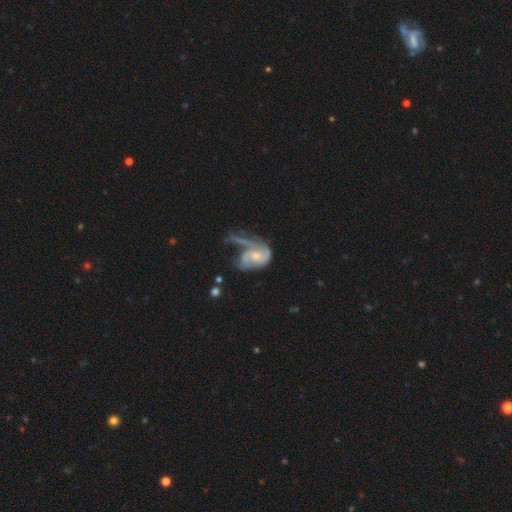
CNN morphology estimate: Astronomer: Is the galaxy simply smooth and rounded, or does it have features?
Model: featured or disk — 74%.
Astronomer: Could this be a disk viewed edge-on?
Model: no — 97%.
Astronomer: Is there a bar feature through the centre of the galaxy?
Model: no — 66%.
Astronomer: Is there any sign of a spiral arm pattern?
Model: yes — 86%.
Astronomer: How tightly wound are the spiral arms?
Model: medium — 41% (runner-up: loose, 34%).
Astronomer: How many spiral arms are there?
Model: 2 — 52%.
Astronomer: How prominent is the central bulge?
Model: moderate — 46% (runner-up: small, 40%).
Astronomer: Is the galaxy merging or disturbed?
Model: major disturbance — 47%.